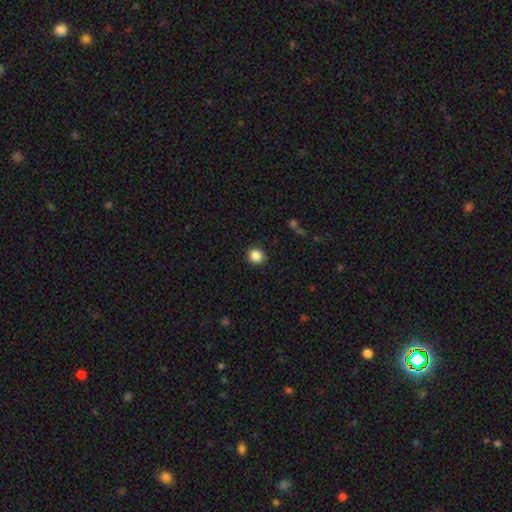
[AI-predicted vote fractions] A smooth galaxy with no disk features (86%) that is round (89%). Merging: none (91%).